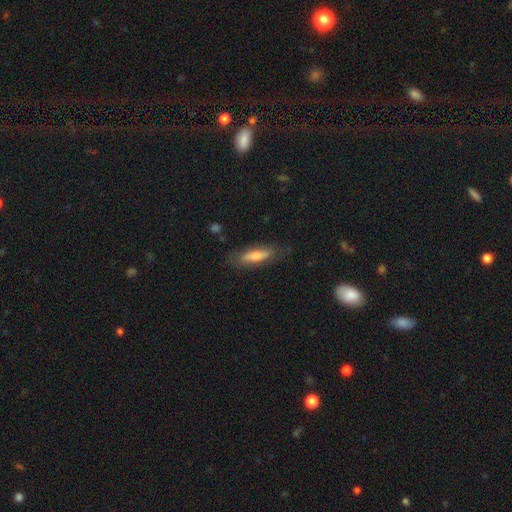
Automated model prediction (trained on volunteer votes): Q: Smooth or featured?
A: smooth (62%); runner-up: featured or disk (31%)
Q: How rounded?
A: cigar-shaped (55%); runner-up: in between (43%)
Q: Merging?
A: none (77%); runner-up: minor disturbance (17%)